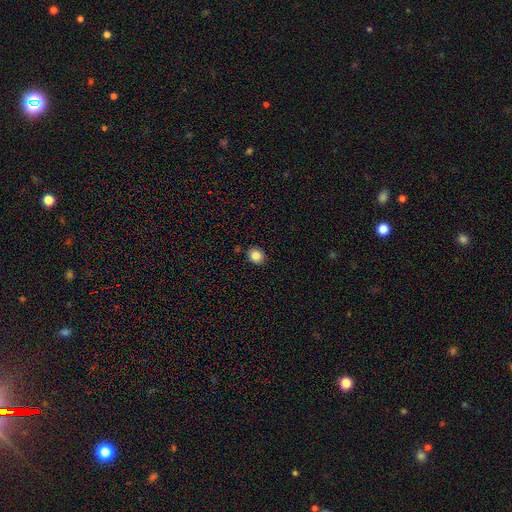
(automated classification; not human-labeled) A smooth galaxy with no disk features (84%) that is round (75%).

Vote fractions:
- Smooth or featured? smooth: 84% / star or artifact: 10% / featured or disk: 5%
- How rounded? round: 75% / in between: 24% / cigar-shaped: 1%
- Merging? none: 88% / minor disturbance: 8% / merger: 2% / major disturbance: 2%